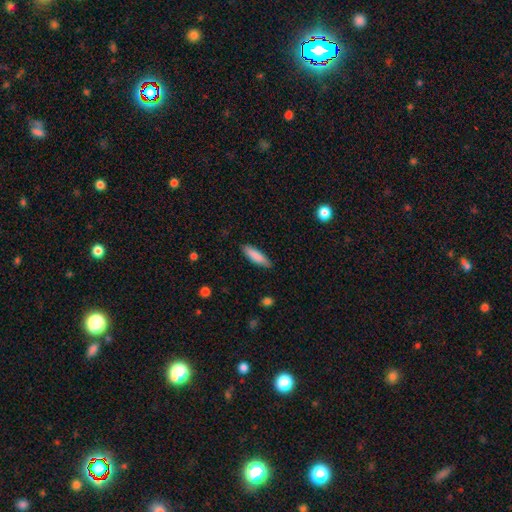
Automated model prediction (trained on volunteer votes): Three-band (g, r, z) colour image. It shows a smooth galaxy with no disk features (85%) that is cigar-shaped (63%). Merging: none (85%).